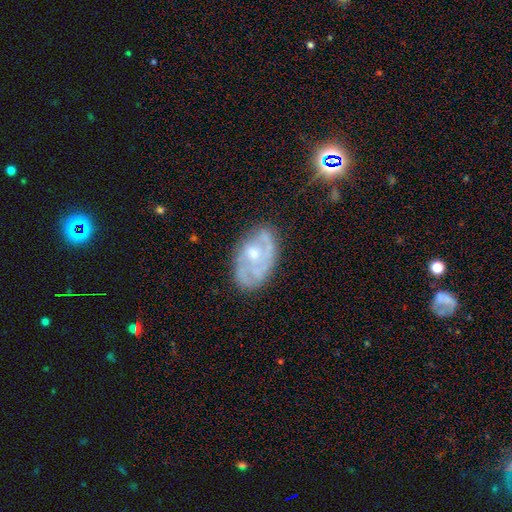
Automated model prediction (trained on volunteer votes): A featured or disk galaxy (74%) with no bar (77%), tight (50%) spiral arms (79%) and a moderate central bulge (49%).

Vote fractions:
- Smooth or featured? featured or disk: 74% / smooth: 20% / star or artifact: 7%
- Edge-on disk? no: 96% / yes: 4%
- Bar? no: 77% / weak: 20% / strong: 3%
- Spiral arms? yes: 79% / no: 21%
- Spiral winding? tight: 50% / medium: 36% / loose: 14%
- Spiral arm count? can't tell: 41% / 2: 28% / 3: 16% / 1: 7% / 4: 5% / more than 4: 3%
- Bulge size? moderate: 49% / small: 44% / none: 3% / large: 3% / dominant: 1%
- Merging? none: 66% / minor disturbance: 23% / major disturbance: 9% / merger: 2%